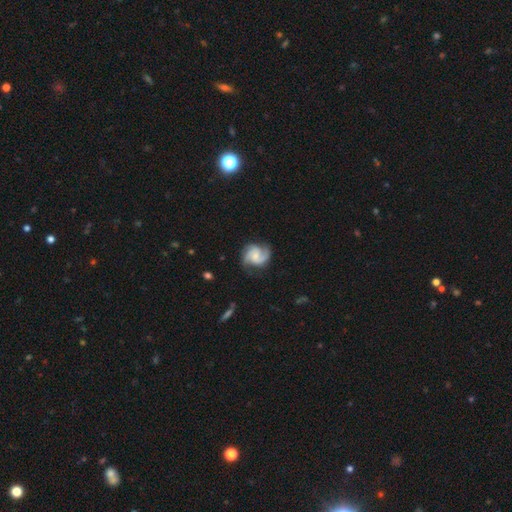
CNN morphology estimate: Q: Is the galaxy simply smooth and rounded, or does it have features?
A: featured or disk — 86%.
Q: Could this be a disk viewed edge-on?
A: no — 98%.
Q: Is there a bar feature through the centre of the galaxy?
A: no — 60%.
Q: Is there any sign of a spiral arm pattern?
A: yes — 98%.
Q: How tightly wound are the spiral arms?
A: medium — 51%.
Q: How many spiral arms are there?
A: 2 — 60%.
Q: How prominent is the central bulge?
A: small — 48%.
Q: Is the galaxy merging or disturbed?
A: none — 75%.